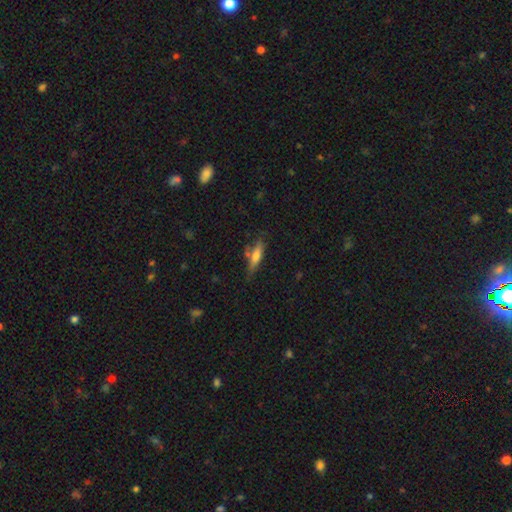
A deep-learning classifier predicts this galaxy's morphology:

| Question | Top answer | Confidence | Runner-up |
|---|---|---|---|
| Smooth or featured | smooth | 61% | featured or disk (31%) |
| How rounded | cigar-shaped | 69% | in between (28%) |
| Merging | none | 61% | minor disturbance (22%) |